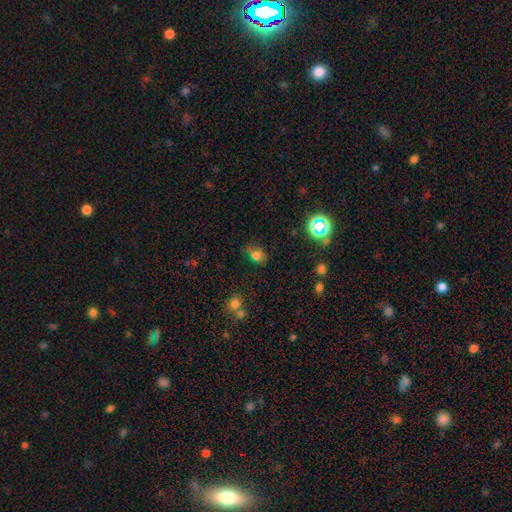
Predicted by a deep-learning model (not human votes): Smooth or featured: smooth — 69% (star or artifact — 22%)
How rounded: in between — 63% (round — 36%)
Merging: none — 62% (minor disturbance — 23%)